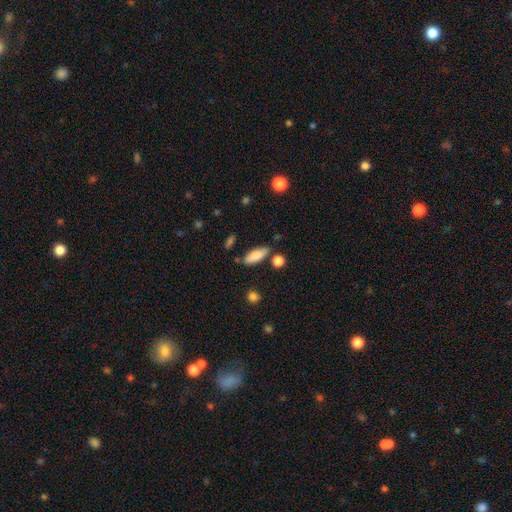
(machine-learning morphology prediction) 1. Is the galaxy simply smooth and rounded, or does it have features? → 83% smooth, 10% featured or disk, 7% star or artifact.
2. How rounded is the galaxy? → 69% in between, 28% cigar-shaped, 3% round.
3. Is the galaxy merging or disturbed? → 77% none, 14% minor disturbance, 6% merger, 3% major disturbance.